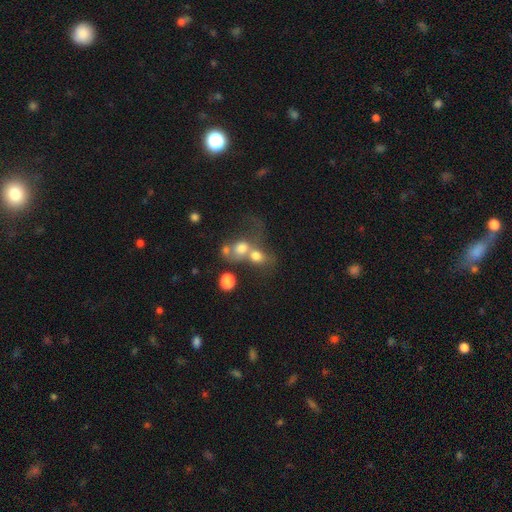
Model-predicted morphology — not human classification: type=smooth (67%); roundness=round (58%); merging=merger (65%).